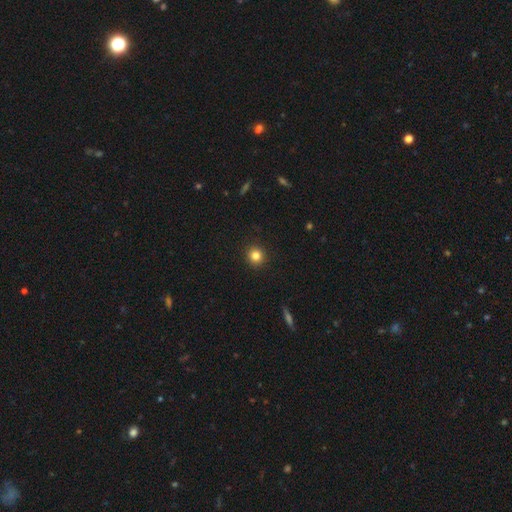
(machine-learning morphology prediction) A smooth galaxy with no disk features (83%) that is round (93%). Merging: none (92%).